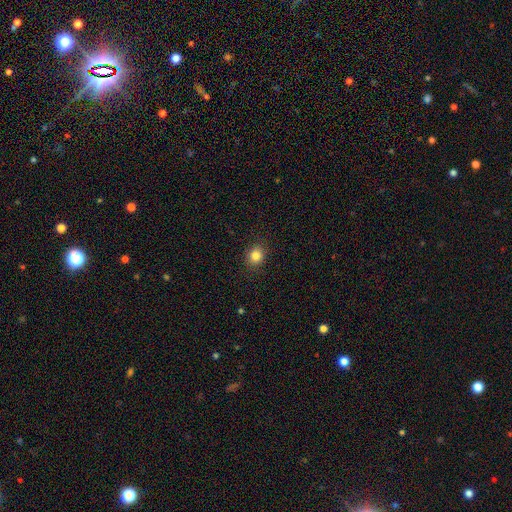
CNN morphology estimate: The model was most divided on "how rounded": round: 69%, in between: 30%, cigar-shaped: 1%. More confident: merging — none (89%); smooth or featured — smooth (83%).